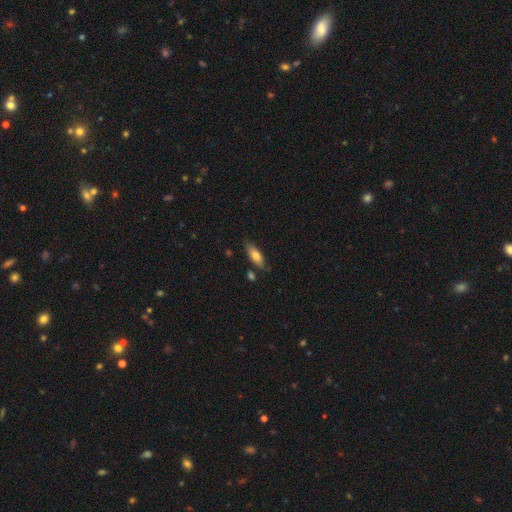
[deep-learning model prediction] This appears to be a smooth galaxy with no disk features (73%) that is in between round and cigar-shaped (69%). Merging: none (77%).